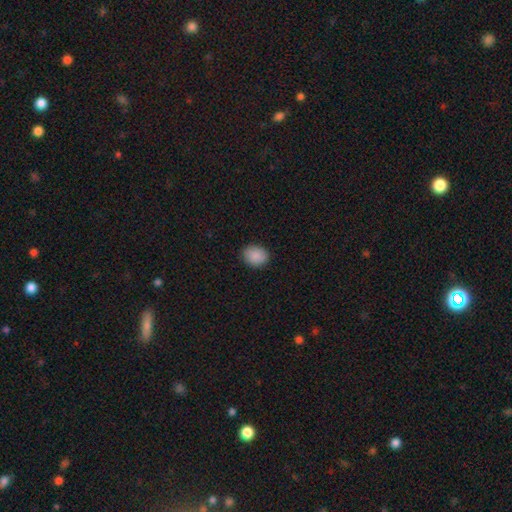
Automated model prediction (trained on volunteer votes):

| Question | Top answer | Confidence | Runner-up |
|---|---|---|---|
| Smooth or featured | smooth | 89% | star or artifact (8%) |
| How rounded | round | 56% | in between (43%) |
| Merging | none | 89% | minor disturbance (8%) |